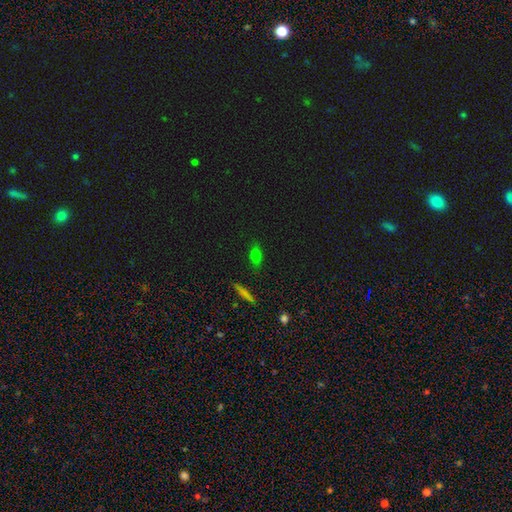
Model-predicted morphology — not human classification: This appears to be a smooth galaxy with no disk features (68%) that is in between round and cigar-shaped (71%). Merging: none (84%).